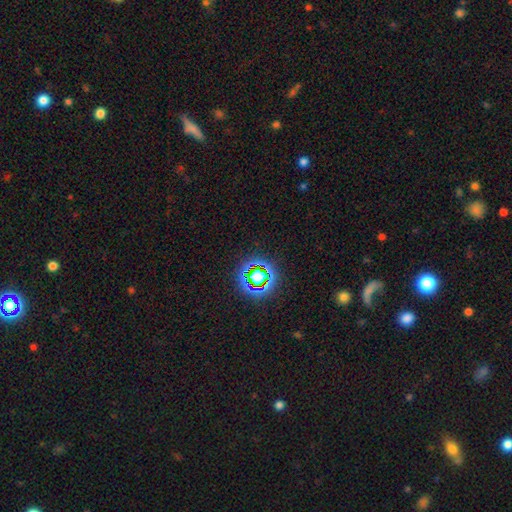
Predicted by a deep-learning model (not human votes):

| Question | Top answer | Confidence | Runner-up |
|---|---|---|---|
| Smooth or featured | star or artifact | 75% | smooth (16%) |